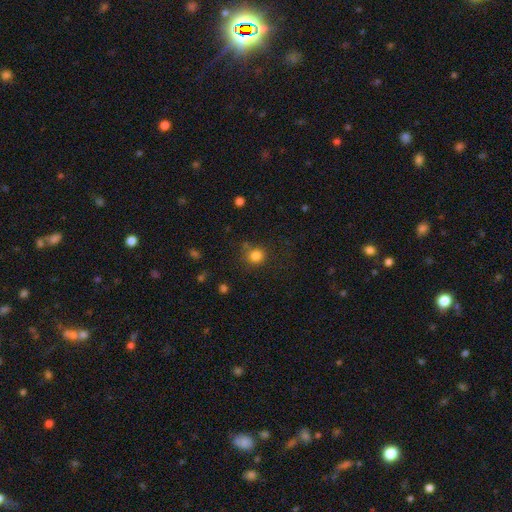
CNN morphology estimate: Smooth or featured? smooth (82%)
How rounded? round (88%)
Merging? none (76%)